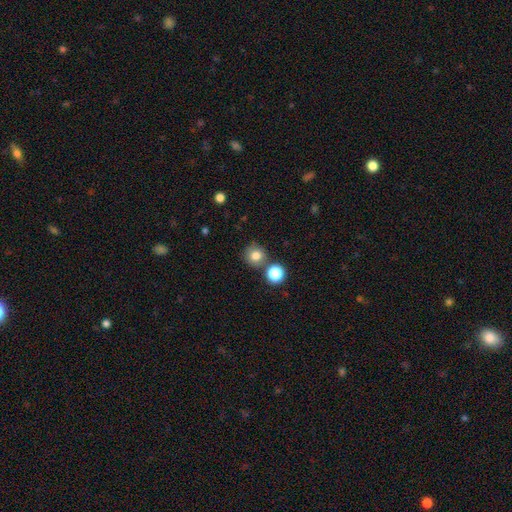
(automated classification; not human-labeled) Smooth or featured: smooth — 79% (star or artifact — 12%)
How rounded: round — 90% (in between — 9%)
Merging: none — 70% (merger — 16%)